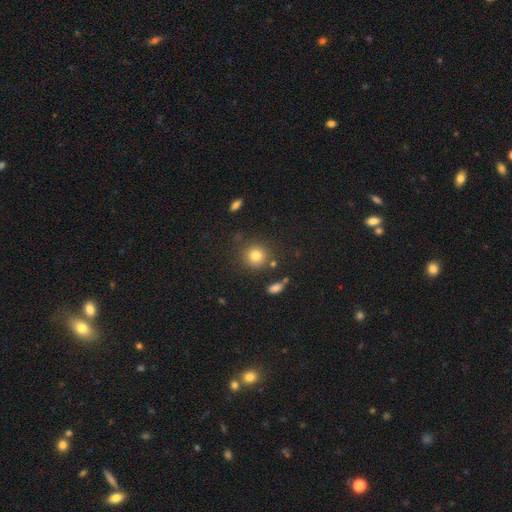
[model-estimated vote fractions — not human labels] Overall: smooth (81%). How rounded: round (88%). Merging: none (81%).